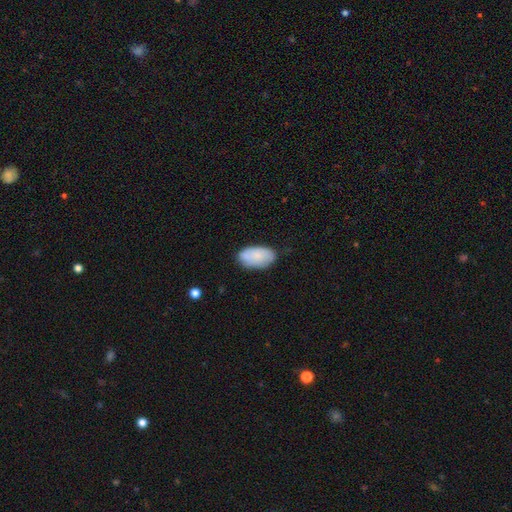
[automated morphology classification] The model was most divided on "merging": none: 75%, minor disturbance: 19%, major disturbance: 4%, merger: 2%. More confident: how rounded — in between (95%); smooth or featured — smooth (76%).